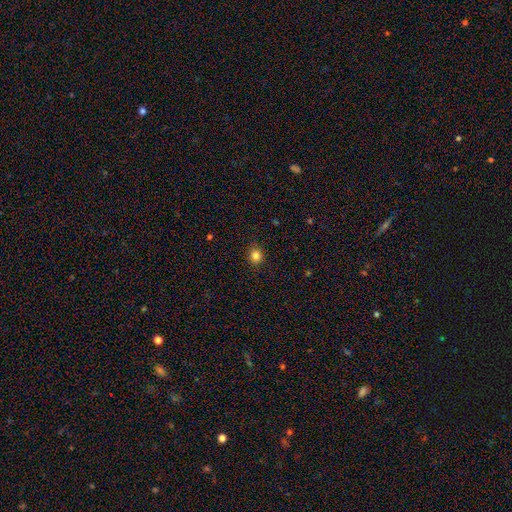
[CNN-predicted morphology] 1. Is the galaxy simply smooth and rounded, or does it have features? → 84% smooth, 12% star or artifact, 4% featured or disk.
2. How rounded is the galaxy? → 79% round, 20% in between, 1% cigar-shaped.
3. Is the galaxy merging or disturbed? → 88% none, 8% minor disturbance, 2% major disturbance, 1% merger.